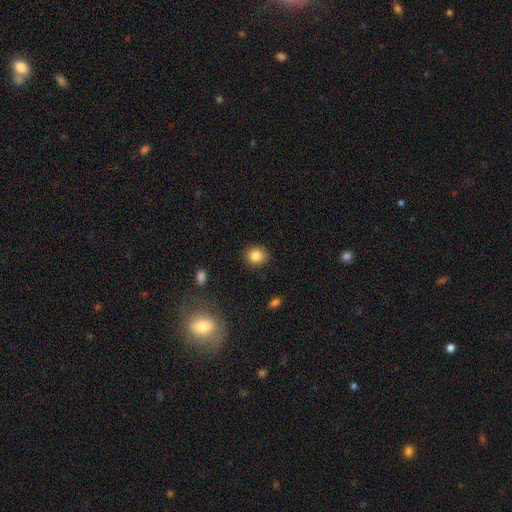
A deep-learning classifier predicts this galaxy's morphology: smooth 85%, star or artifact 10%, featured or disk 6%. Down the decision tree: how rounded — round (79%); merging — none (89%).